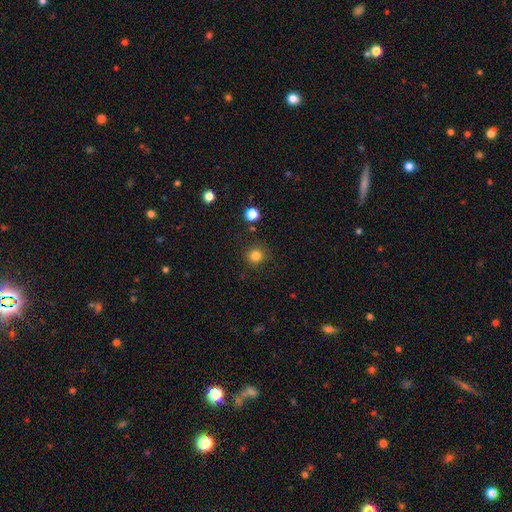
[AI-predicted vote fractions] Smooth or featured?
  - smooth: 82% *
  - star or artifact: 13%
  - featured or disk: 5%
How rounded?
  - round: 92% *
  - in between: 7%
  - cigar-shaped: 1%
Merging?
  - none: 87% *
  - minor disturbance: 8%
  - major disturbance: 3%
  - merger: 2%